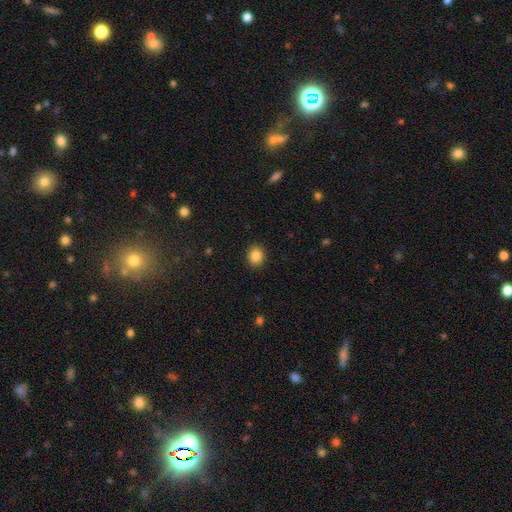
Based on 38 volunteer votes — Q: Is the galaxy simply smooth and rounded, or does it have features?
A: smooth — 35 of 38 (92%).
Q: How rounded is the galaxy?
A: round — 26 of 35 (74%).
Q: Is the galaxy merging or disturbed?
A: none — 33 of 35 (94%).